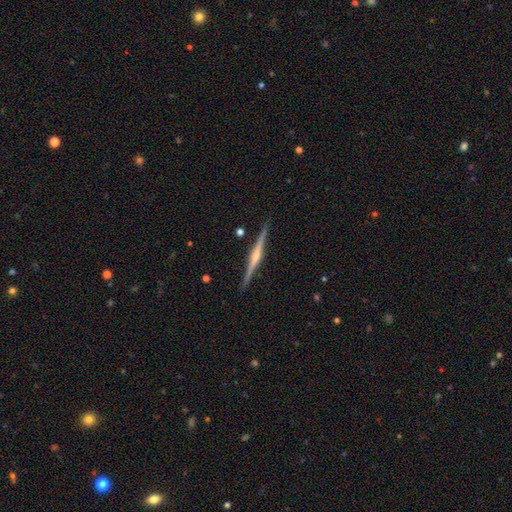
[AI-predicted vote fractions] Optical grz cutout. It shows a featured or disk galaxy (82%) viewed edge-on (98%) with a rounded central bulge (79%). Merging: none (90%).